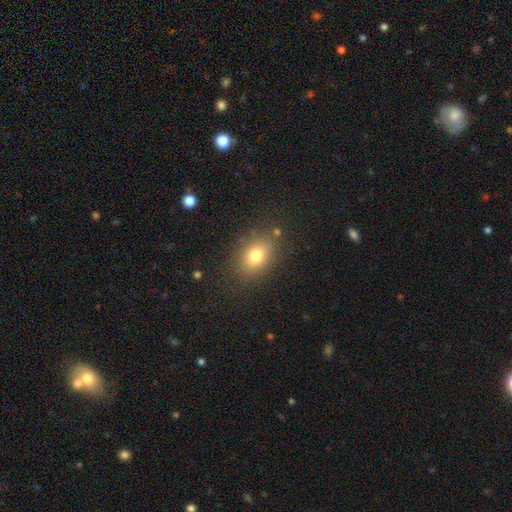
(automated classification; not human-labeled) A smooth galaxy with no disk features (77%) that is in between round and cigar-shaped (71%). Merging: none (81%).